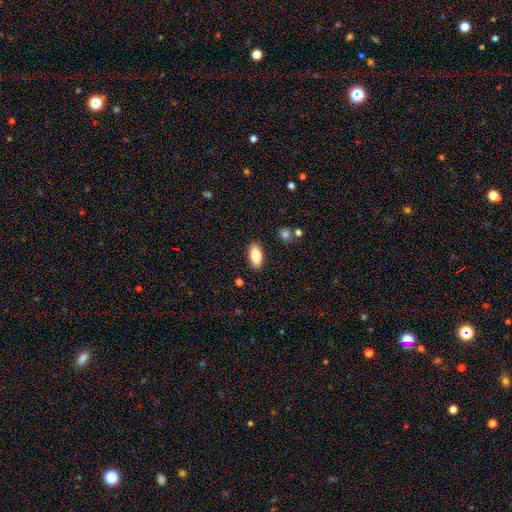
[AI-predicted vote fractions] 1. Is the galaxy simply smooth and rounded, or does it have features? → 83% smooth, 10% featured or disk, 7% star or artifact.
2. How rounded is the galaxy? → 91% in between, 6% cigar-shaped, 3% round.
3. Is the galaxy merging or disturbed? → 88% none, 9% minor disturbance, 2% major disturbance, 2% merger.